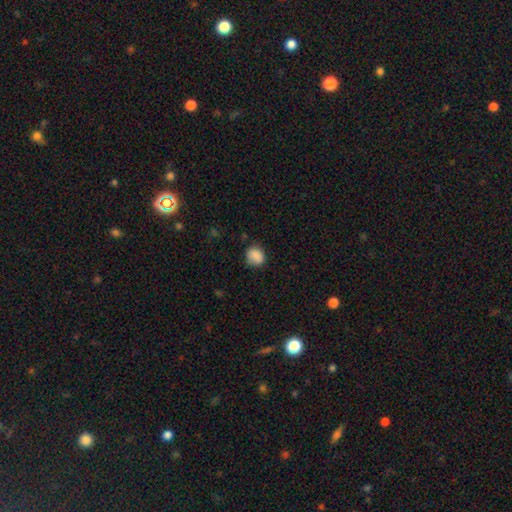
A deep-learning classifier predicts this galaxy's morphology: Smooth or featured: smooth — 86% (star or artifact — 9%)
How rounded: round — 70% (in between — 29%)
Merging: none — 73% (minor disturbance — 20%)